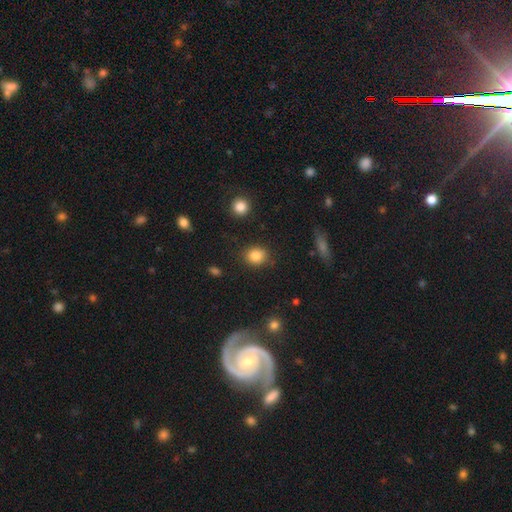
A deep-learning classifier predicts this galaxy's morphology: Smooth or featured?
  - smooth: 84% *
  - star or artifact: 10%
  - featured or disk: 6%
How rounded?
  - round: 68% *
  - in between: 31%
  - cigar-shaped: 1%
Merging?
  - none: 84% *
  - minor disturbance: 11%
  - major disturbance: 3%
  - merger: 2%